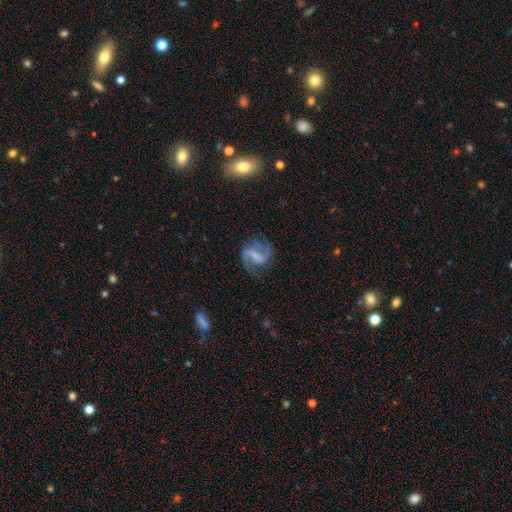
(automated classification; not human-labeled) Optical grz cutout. It shows a featured or disk galaxy (83%) with a strong bar (47%), 2 (89%) medium (50%) spiral arms (95%) and no central bulge (45%). Merging: none (70%).